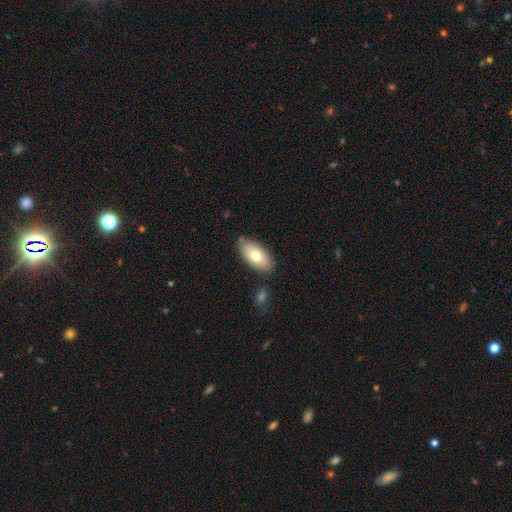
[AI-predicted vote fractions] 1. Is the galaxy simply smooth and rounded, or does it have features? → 73% smooth, 20% featured or disk, 7% star or artifact.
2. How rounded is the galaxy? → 93% in between, 4% cigar-shaped, 3% round.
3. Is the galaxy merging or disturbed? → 79% none, 14% minor disturbance, 4% merger, 3% major disturbance.